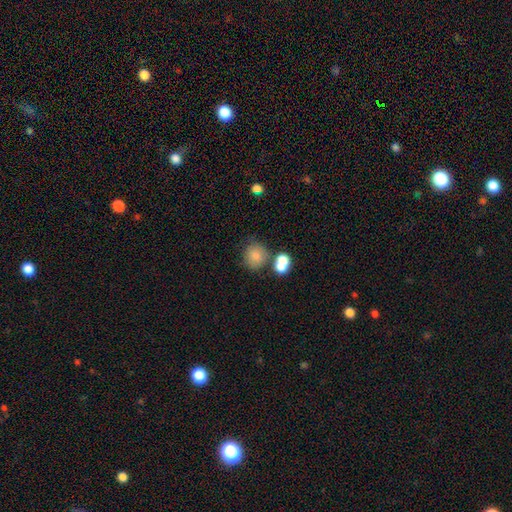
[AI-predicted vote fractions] Overall: smooth (78%). How rounded: round (77%). Merging: none (57%; merger 24%).